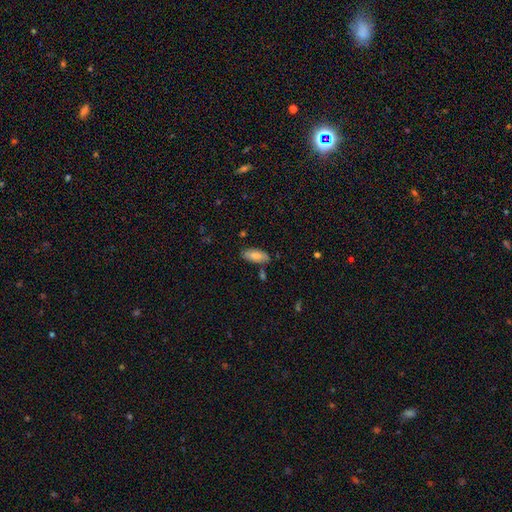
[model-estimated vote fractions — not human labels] smooth_or_featured: smooth (p=0.80) [alt: featured or disk p=0.14]
how_rounded: in between (p=0.85) [alt: cigar-shaped p=0.13]
merging: none (p=0.77) [alt: minor disturbance p=0.15]